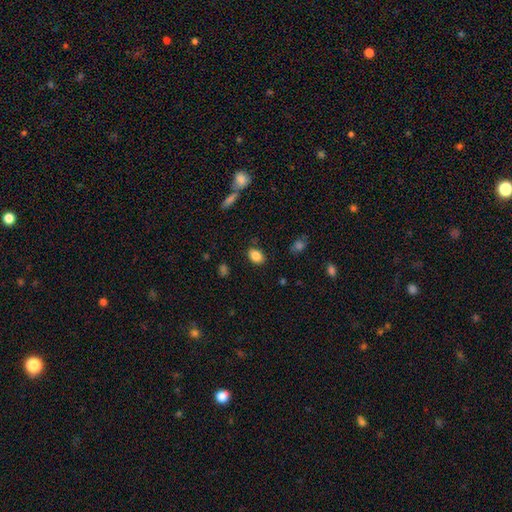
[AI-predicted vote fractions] Smooth or featured?
  - smooth: 85% *
  - star or artifact: 9%
  - featured or disk: 6%
How rounded?
  - in between: 80% *
  - round: 19%
  - cigar-shaped: 1%
Merging?
  - none: 84% *
  - minor disturbance: 11%
  - major disturbance: 3%
  - merger: 2%